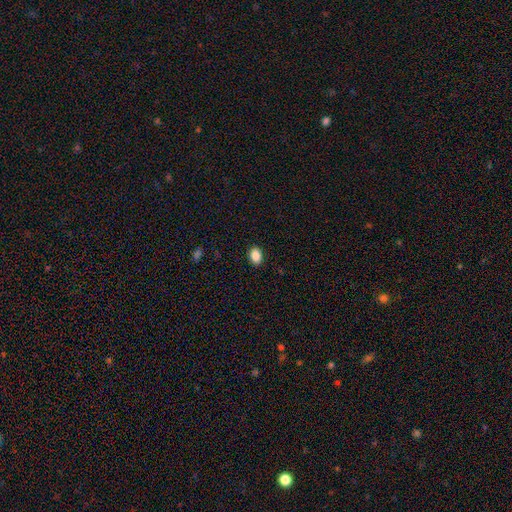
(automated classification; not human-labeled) Q: Smooth or featured?
A: smooth (88%); runner-up: star or artifact (8%)
Q: How rounded?
A: in between (77%); runner-up: round (22%)
Q: Merging?
A: none (90%); runner-up: minor disturbance (7%)